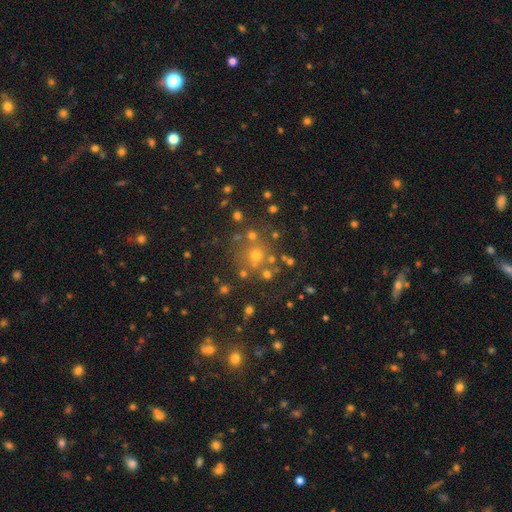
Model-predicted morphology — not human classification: This is possibly a smooth galaxy (55%). How rounded: clearly round (89%). Merging: likely none (73%).